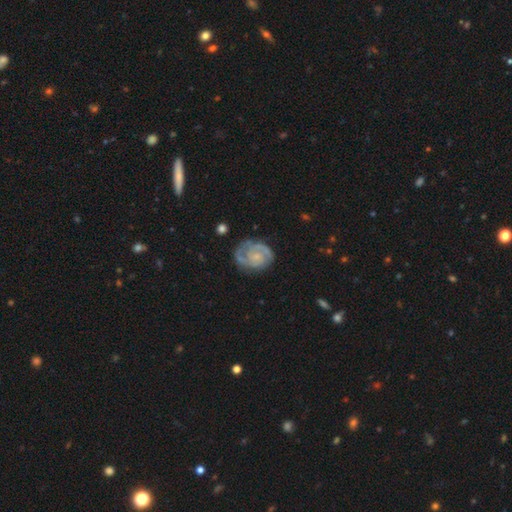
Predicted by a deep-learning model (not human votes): A featured or disk galaxy (83%) with no bar (68%), 2 (67%) tight (57%) spiral arms (95%) and a small central bulge (62%).

Vote fractions:
- Smooth or featured? featured or disk: 83% / smooth: 12% / star or artifact: 5%
- Edge-on disk? no: 98% / yes: 2%
- Bar? no: 68% / weak: 27% / strong: 5%
- Spiral arms? yes: 95% / no: 5%
- Spiral winding? tight: 57% / medium: 35% / loose: 8%
- Spiral arm count? 2: 67% / can't tell: 13% / 3: 11% / 1: 5% / 4: 2% / more than 4: 2%
- Bulge size? small: 62% / none: 18% / moderate: 17% / large: 2% / dominant: 1%
- Merging? none: 69% / minor disturbance: 20% / major disturbance: 9% / merger: 2%